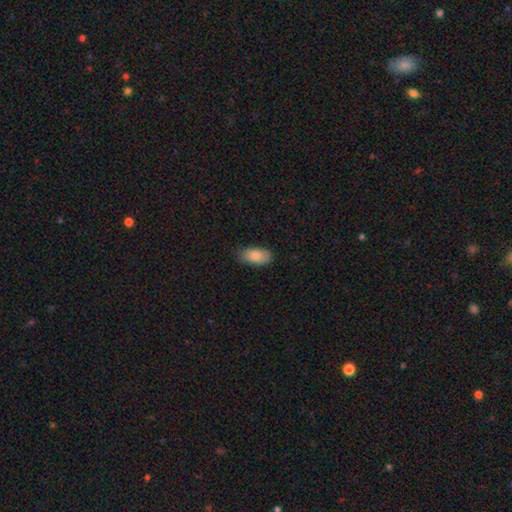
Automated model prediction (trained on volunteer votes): smooth_or_featured: smooth (p=0.85) [alt: featured or disk p=0.08]
how_rounded: in between (p=0.93) [alt: cigar-shaped p=0.04]
merging: none (p=0.76) [alt: minor disturbance p=0.20]